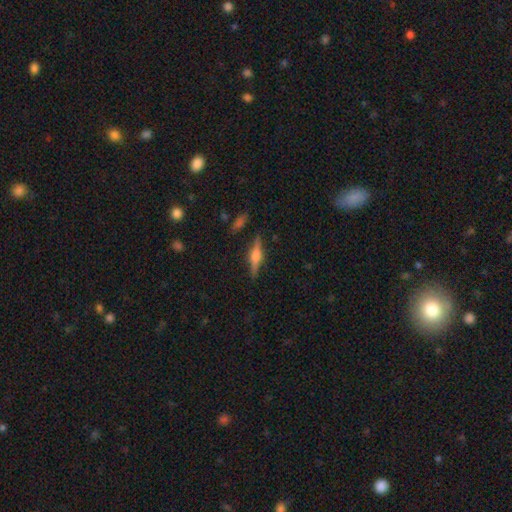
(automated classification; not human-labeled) Morphology: type=featured or disk (69%); edge-on=yes (97%); edge-on bulge=rounded (81%); merging=none (87%).